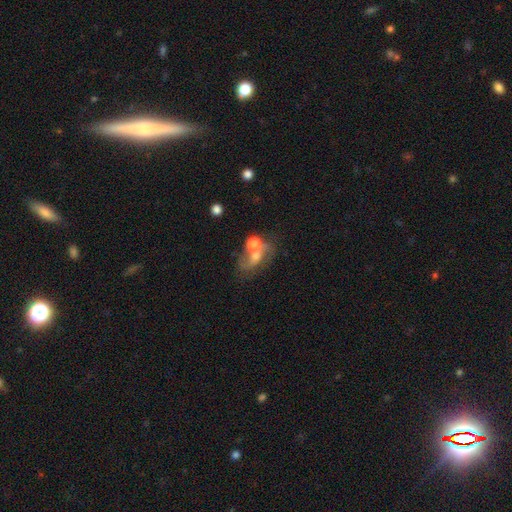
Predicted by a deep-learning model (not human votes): Overall: featured or disk (47%; smooth 37%). Merging: merger (37%; none 35%).